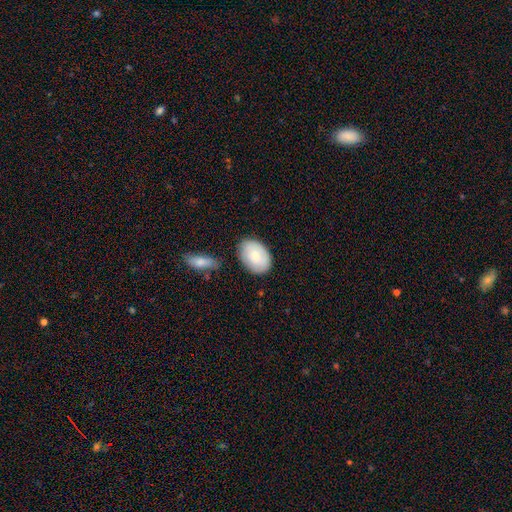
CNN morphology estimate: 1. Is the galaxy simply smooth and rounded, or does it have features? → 77% smooth, 17% featured or disk, 6% star or artifact.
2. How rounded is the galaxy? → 84% in between, 15% round, 1% cigar-shaped.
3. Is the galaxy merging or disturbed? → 78% none, 15% minor disturbance, 4% merger, 3% major disturbance.